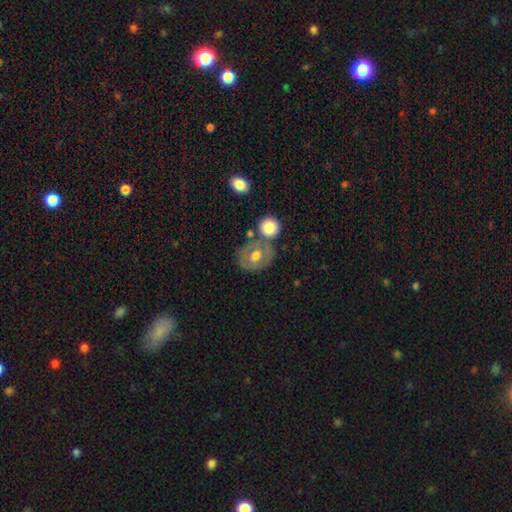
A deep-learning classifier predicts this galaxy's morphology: smooth 47%, featured or disk 46%, star or artifact 7%. Down the decision tree: merging — none (59%).